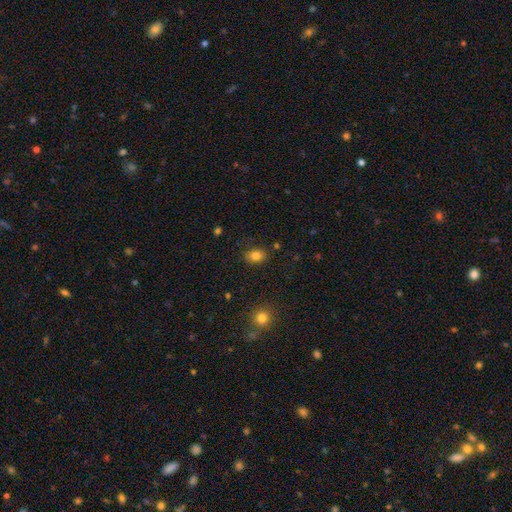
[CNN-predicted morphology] smooth 83%, star or artifact 11%, featured or disk 6%. Down the decision tree: how rounded — in between (63%); merging — none (83%).